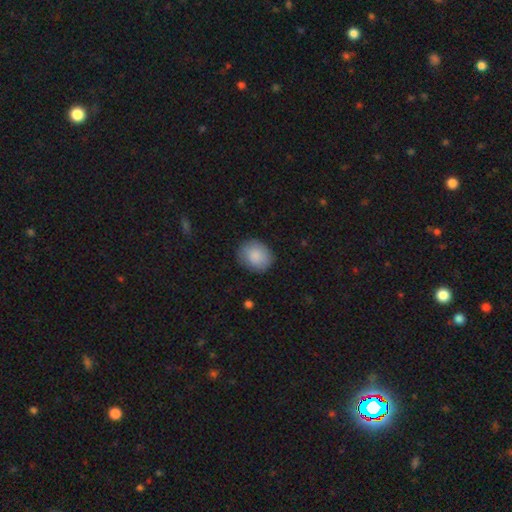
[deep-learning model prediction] smooth 87%, featured or disk 7%, star or artifact 7%. Down the decision tree: how rounded — round (62%); merging — none (81%).